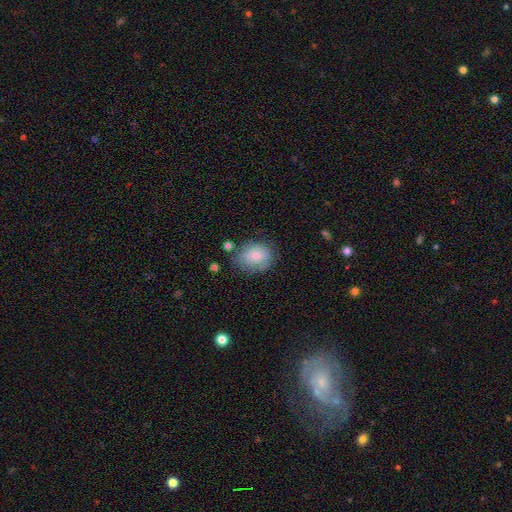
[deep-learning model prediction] smooth 73%, featured or disk 19%, star or artifact 8%. Down the decision tree: how rounded — round (51%); merging — none (65%).